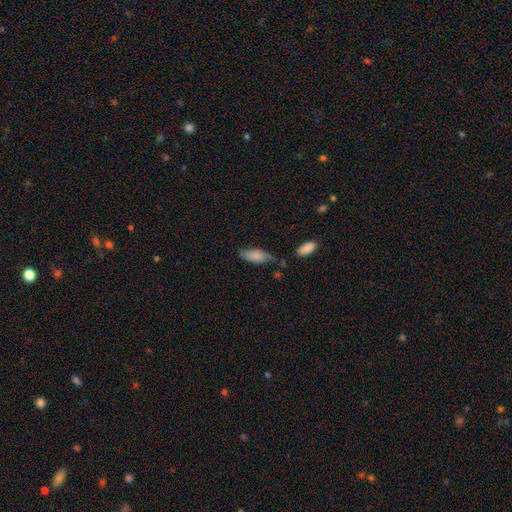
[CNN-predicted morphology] A smooth galaxy with no disk features (79%) that is in between round and cigar-shaped (76%). Merging: none (60%).